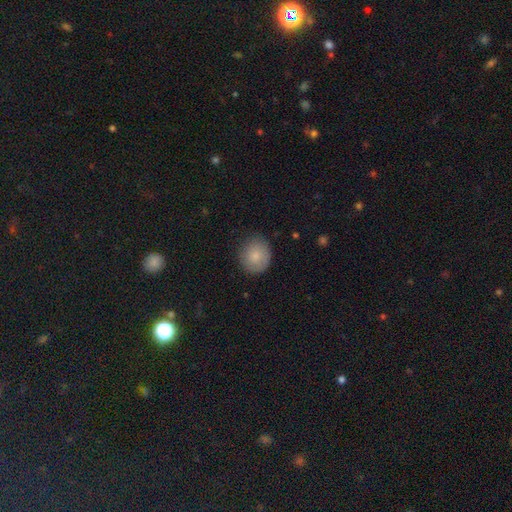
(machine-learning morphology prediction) Smooth or featured? smooth (83%)
How rounded? round (82%)
Merging? none (79%)